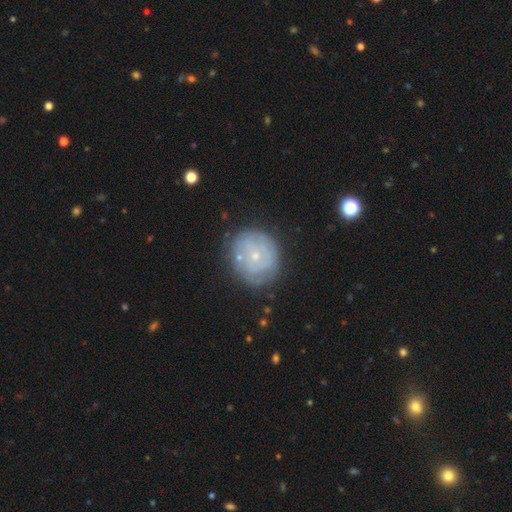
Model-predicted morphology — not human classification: Q: Smooth or featured?
A: featured or disk (62%); runner-up: smooth (30%)
Q: Edge-on disk?
A: no (97%); runner-up: yes (3%)
Q: Bar?
A: no (84%); runner-up: weak (13%)
Q: Spiral arms?
A: yes (63%); runner-up: no (37%)
Q: Bulge size?
A: small (79%); runner-up: moderate (17%)
Q: Merging?
A: none (68%); runner-up: minor disturbance (19%)